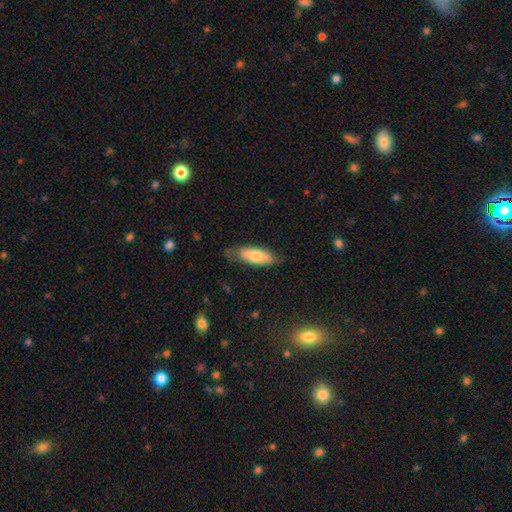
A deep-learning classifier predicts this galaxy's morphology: smooth-or-featured: smooth: 72% | featured or disk: 22% | star or artifact: 6%
  how-rounded: in between: 73% | cigar-shaped: 25% | round: 2%
  merging: none: 59% | minor disturbance: 30% | major disturbance: 9% | merger: 2%